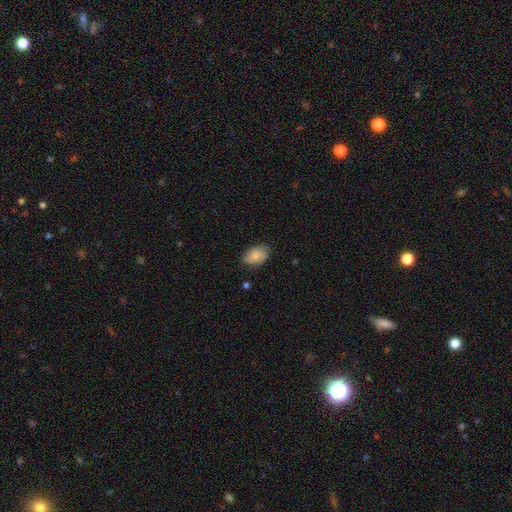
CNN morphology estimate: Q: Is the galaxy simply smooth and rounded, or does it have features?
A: smooth — 70%.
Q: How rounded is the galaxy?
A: in between — 88%.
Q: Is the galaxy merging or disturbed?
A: none — 70%.